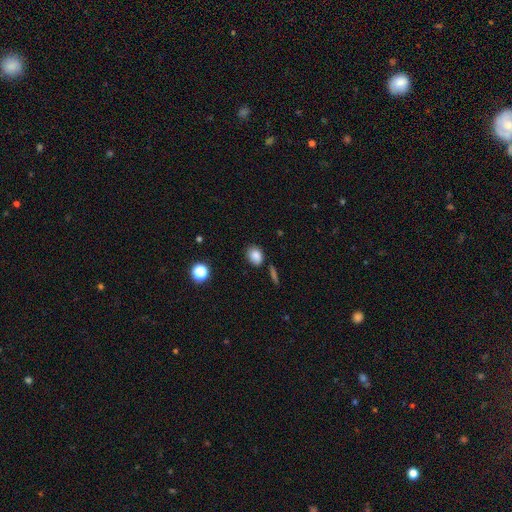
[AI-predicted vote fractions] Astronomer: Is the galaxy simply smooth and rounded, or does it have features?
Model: smooth — 84%.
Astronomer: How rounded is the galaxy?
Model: in between — 58% (runner-up: round, 40%).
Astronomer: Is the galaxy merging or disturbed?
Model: none — 77%.